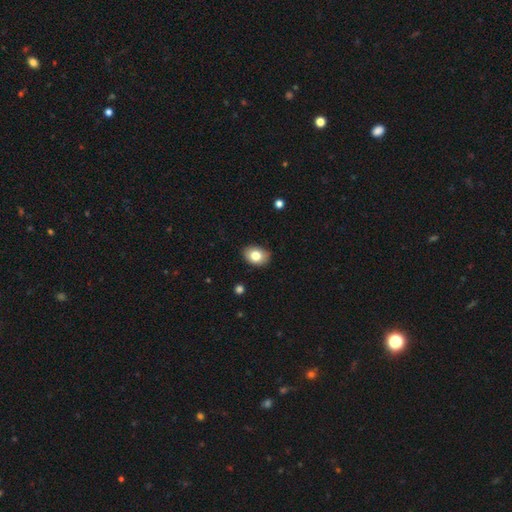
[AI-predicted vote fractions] Q: Smooth or featured?
A: smooth (79%); runner-up: featured or disk (12%)
Q: How rounded?
A: in between (71%); runner-up: round (28%)
Q: Merging?
A: none (86%); runner-up: minor disturbance (11%)